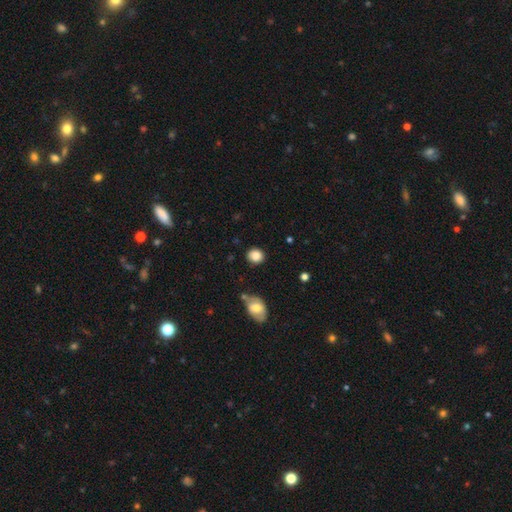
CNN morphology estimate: Smooth or featured? smooth (85%)
How rounded? round (79%)
Merging? none (84%)